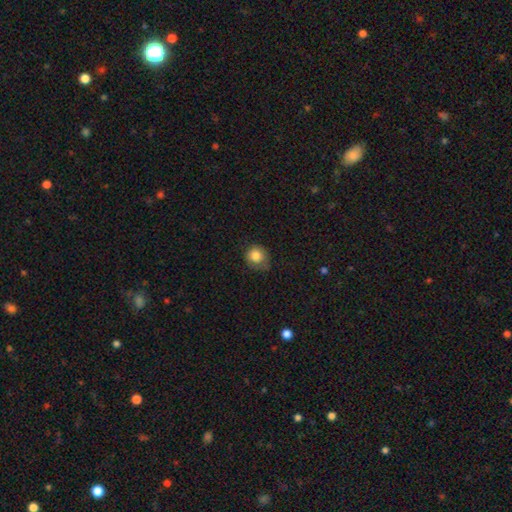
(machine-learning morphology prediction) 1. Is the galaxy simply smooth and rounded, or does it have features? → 83% smooth, 9% star or artifact, 8% featured or disk.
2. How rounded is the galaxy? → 81% round, 18% in between, 1% cigar-shaped.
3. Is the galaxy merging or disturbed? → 59% none, 30% minor disturbance, 9% major disturbance, 1% merger.